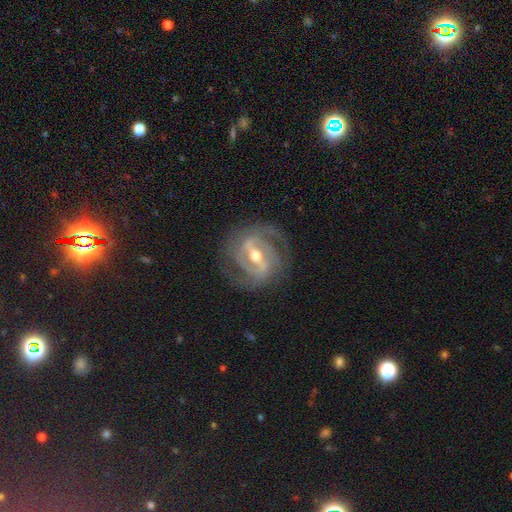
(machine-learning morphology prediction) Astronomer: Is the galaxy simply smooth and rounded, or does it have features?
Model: featured or disk — 85%.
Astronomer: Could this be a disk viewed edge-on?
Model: no — 95%.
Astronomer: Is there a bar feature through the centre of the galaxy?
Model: strong — 56% (runner-up: weak, 33%).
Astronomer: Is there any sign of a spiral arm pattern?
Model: yes — 96%.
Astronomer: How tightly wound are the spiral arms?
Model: tight — 50% (runner-up: medium, 40%).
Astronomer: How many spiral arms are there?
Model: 2 — 51%.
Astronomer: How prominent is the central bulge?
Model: moderate — 53% (runner-up: small, 43%).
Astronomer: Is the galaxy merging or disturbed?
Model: none — 80%.